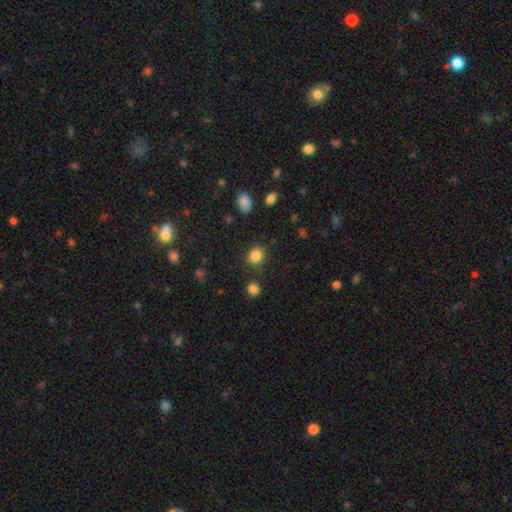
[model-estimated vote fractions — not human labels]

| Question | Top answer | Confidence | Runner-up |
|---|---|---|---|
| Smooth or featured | smooth | 85% | star or artifact (11%) |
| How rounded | round | 73% | in between (26%) |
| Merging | none | 80% | minor disturbance (12%) |